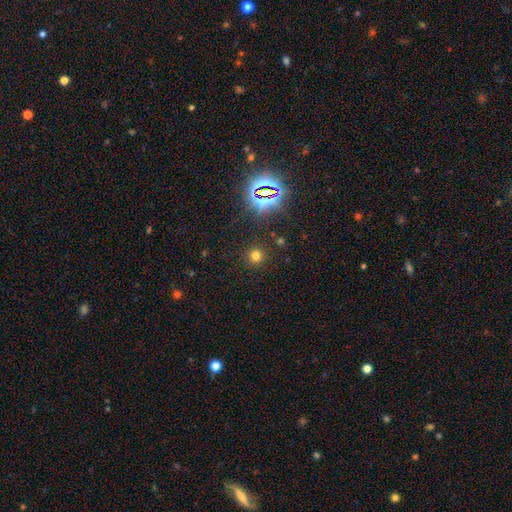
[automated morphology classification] smooth-or-featured: smooth: 69% | star or artifact: 25% | featured or disk: 6%
  how-rounded: round: 94% | in between: 5% | cigar-shaped: 1%
  merging: none: 89% | minor disturbance: 6% | major disturbance: 3% | merger: 2%